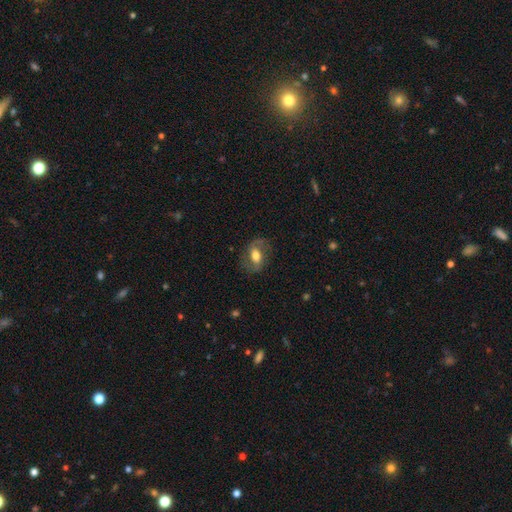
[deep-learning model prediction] Smooth or featured?
  - featured or disk: 53% *
  - smooth: 40%
  - star or artifact: 7%
Edge-on disk?
  - no: 93% *
  - yes: 7%
Merging?
  - none: 71% *
  - minor disturbance: 17%
  - major disturbance: 10%
  - merger: 1%